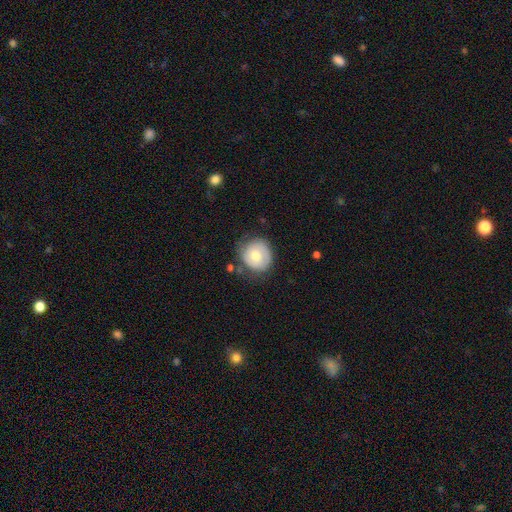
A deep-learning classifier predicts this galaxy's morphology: Q: Smooth or featured?
A: smooth (61%); runner-up: featured or disk (32%)
Q: How rounded?
A: round (85%); runner-up: in between (14%)
Q: Merging?
A: none (66%); runner-up: minor disturbance (24%)